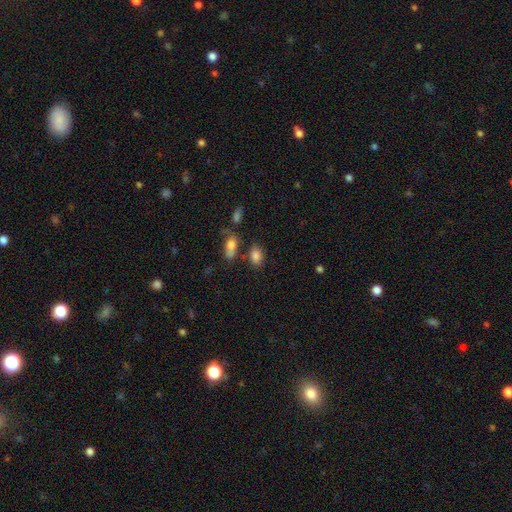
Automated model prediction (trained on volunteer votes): This appears to be a smooth galaxy with no disk features (84%) that is in between round and cigar-shaped (84%). Merging: none (67%).